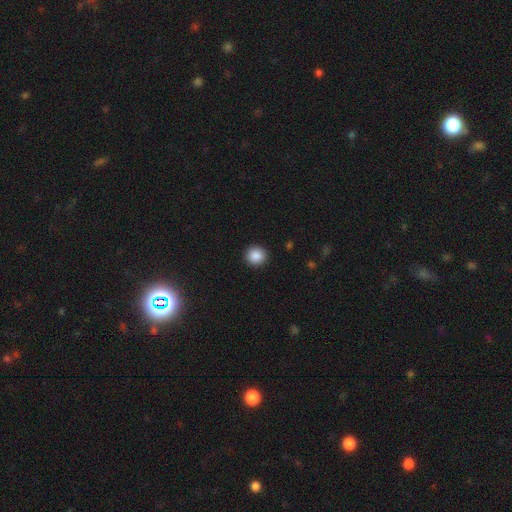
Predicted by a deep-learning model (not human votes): This is clearly a smooth galaxy (88%). How rounded: clearly round (91%). Merging: clearly none (92%).